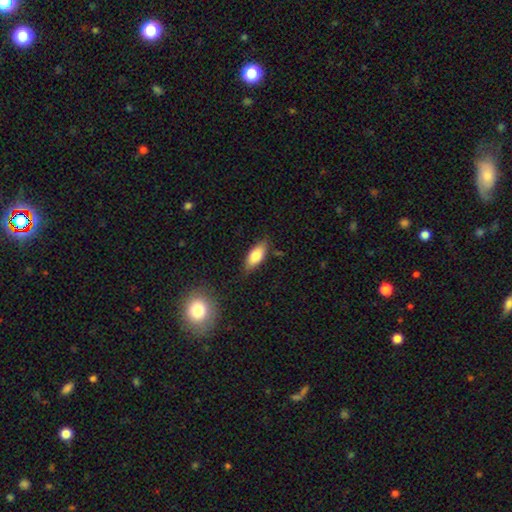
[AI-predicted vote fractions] Smooth or featured: smooth — 80% (featured or disk — 14%)
How rounded: in between — 80% (cigar-shaped — 17%)
Merging: none — 79% (minor disturbance — 16%)